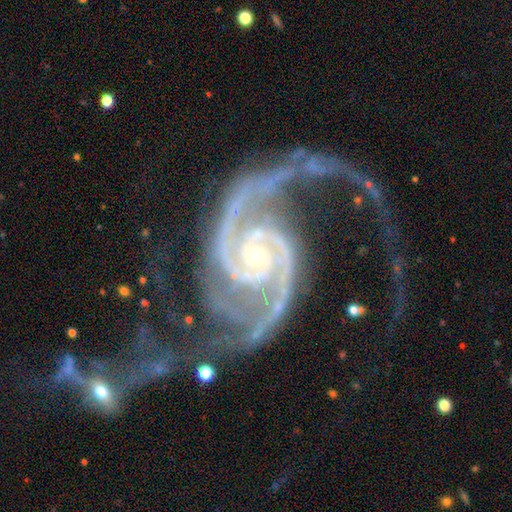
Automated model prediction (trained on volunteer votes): Smooth or featured? featured or disk (94%)
Edge-on disk? no (98%)
Bar? no (60%)
Spiral arms? yes (99%)
Spiral winding? medium (49%)
Spiral arm count? 2 (76%)
Bulge size? small (75%)
Merging? major disturbance (41%)